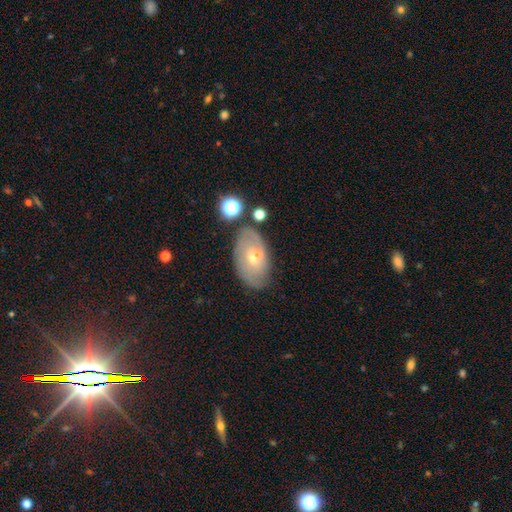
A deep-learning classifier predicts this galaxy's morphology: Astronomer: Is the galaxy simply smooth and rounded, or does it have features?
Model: smooth — 47% (runner-up: featured or disk, 43%).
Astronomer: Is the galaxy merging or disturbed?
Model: none — 59%.